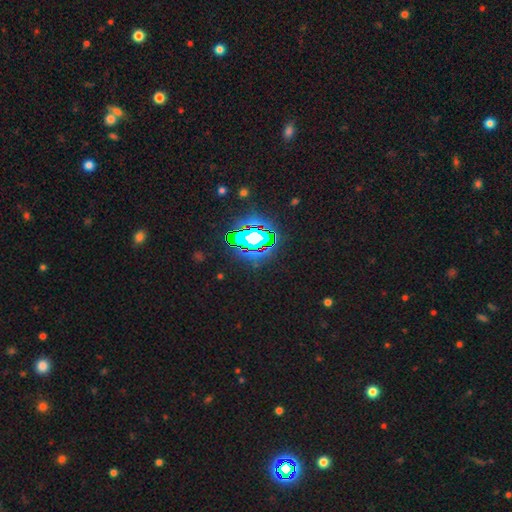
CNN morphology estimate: Smooth or featured? Predicted: star or artifact (p=0.83).